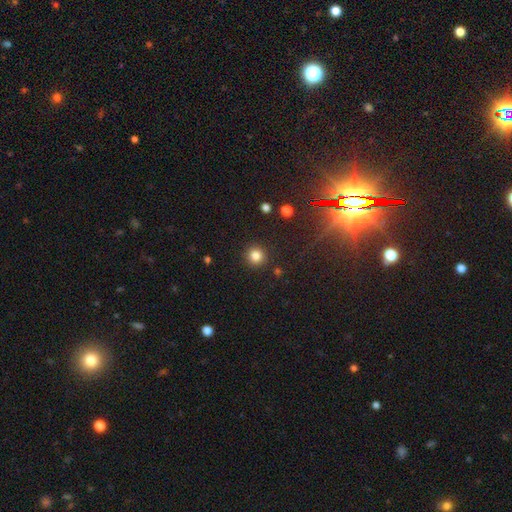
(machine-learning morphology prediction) Smooth or featured? Predicted: smooth (p=0.83). How rounded? Predicted: round (p=0.94). Merging? Predicted: none (p=0.91).